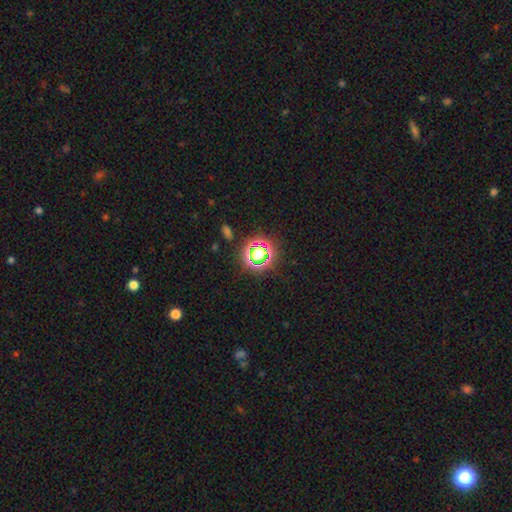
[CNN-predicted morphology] Q: Smooth or featured?
A: star or artifact (57%); runner-up: smooth (32%)